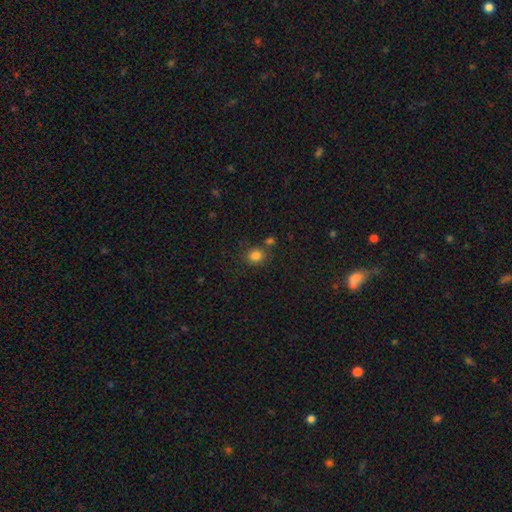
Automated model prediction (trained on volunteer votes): smooth-or-featured: smooth: 83% | star or artifact: 12% | featured or disk: 5%
  how-rounded: round: 73% | in between: 26% | cigar-shaped: 1%
  merging: none: 73% | merger: 12% | minor disturbance: 11% | major disturbance: 4%